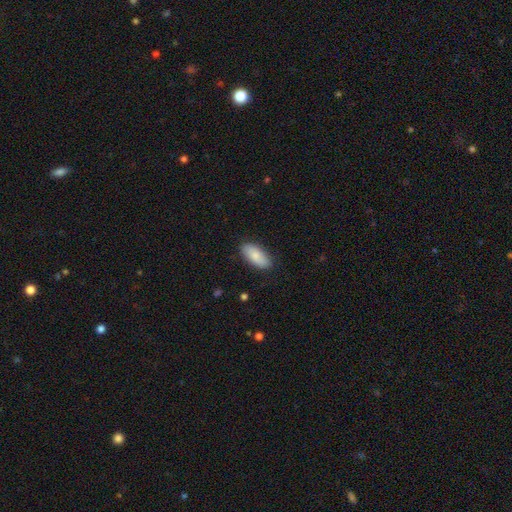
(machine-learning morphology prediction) smooth 84%, featured or disk 10%, star or artifact 6%. Down the decision tree: how rounded — in between (90%); merging — none (85%).